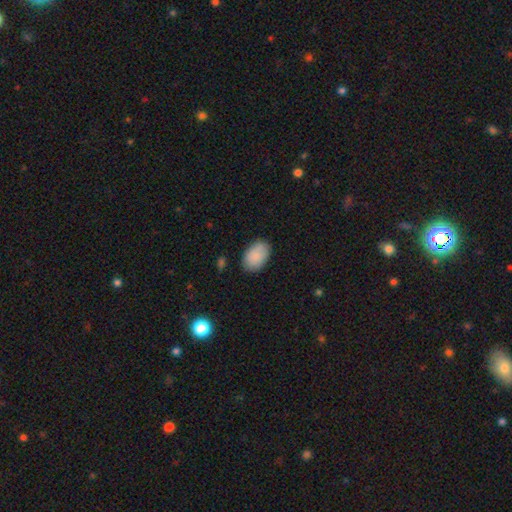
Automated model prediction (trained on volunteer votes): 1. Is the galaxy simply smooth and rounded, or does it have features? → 88% smooth, 6% star or artifact, 6% featured or disk.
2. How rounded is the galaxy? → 90% in between, 9% round, 1% cigar-shaped.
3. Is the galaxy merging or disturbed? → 83% none, 13% minor disturbance, 3% major disturbance, 1% merger.